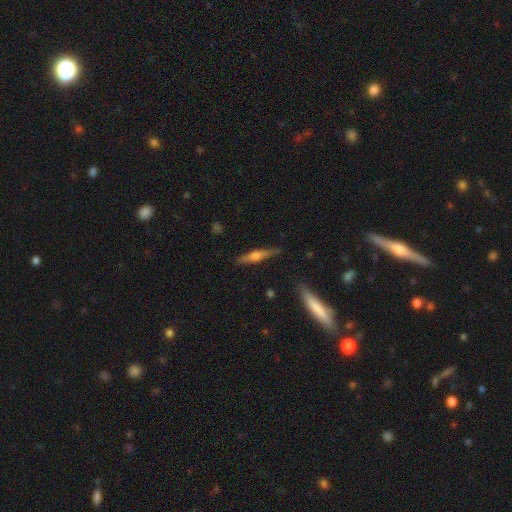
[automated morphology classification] Smooth or featured? Predicted: featured or disk (p=0.61). Edge-on disk? Predicted: yes (p=0.96). Edge-on bulge? Predicted: rounded (p=0.85). Merging? Predicted: none (p=0.85).